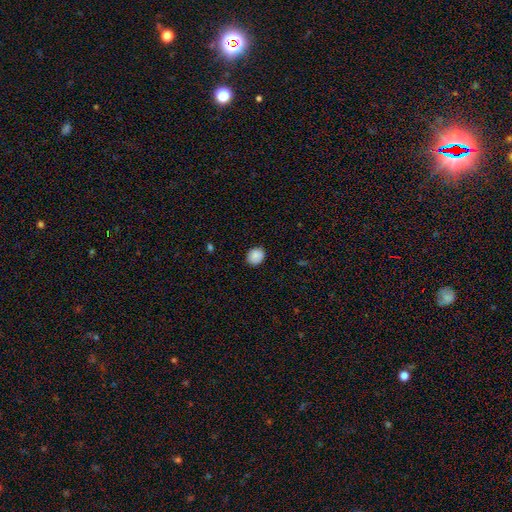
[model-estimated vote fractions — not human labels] A smooth galaxy with no disk features (88%) that is round (59%).

Vote fractions:
- Smooth or featured? smooth: 88% / star or artifact: 8% / featured or disk: 4%
- How rounded? round: 59% / in between: 40% / cigar-shaped: 1%
- Merging? none: 87% / minor disturbance: 10% / major disturbance: 2% / merger: 1%